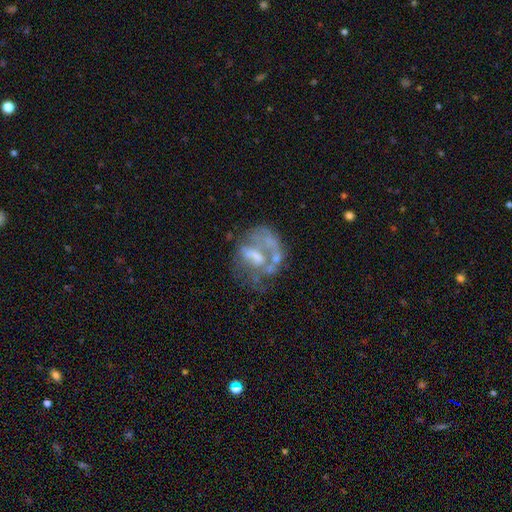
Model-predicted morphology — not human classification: This is likely a featured or disk galaxy (69%). It is clearly not viewed edge-on (97%). Bar: possibly no (58%). Spiral arm pattern: likely no (66%). Central bulge: marginally none (35%). Merging: marginally none (36%).